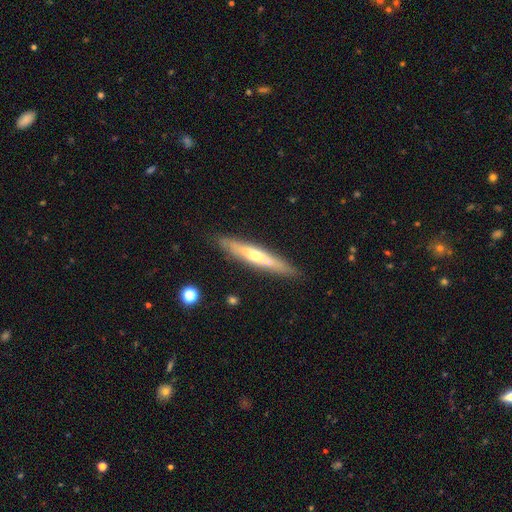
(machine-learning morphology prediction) The model was most divided on "smooth or featured": featured or disk: 57%, smooth: 37%, star or artifact: 6%. More confident: merging — none (85%); edge-on disk — yes (85%).